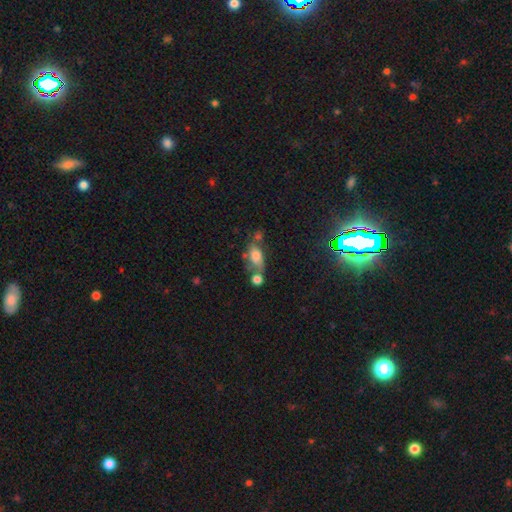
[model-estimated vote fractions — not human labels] This appears to be a smooth galaxy with no disk features (64%) that is in between round and cigar-shaped (79%). Merging: none (35%).